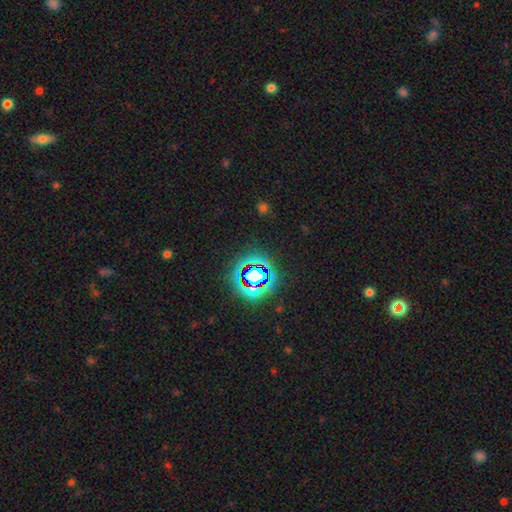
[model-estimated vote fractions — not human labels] Morphology: type=star or artifact (80%).